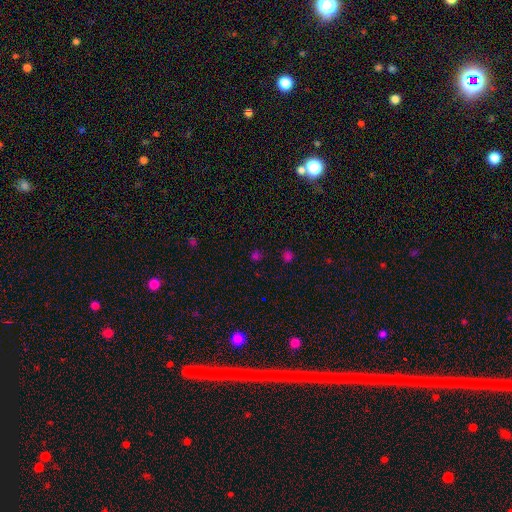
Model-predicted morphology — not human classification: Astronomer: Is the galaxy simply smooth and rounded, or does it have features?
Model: smooth — 51% (runner-up: star or artifact, 44%).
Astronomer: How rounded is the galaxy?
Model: round — 80%.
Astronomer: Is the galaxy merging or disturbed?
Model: none — 79%.